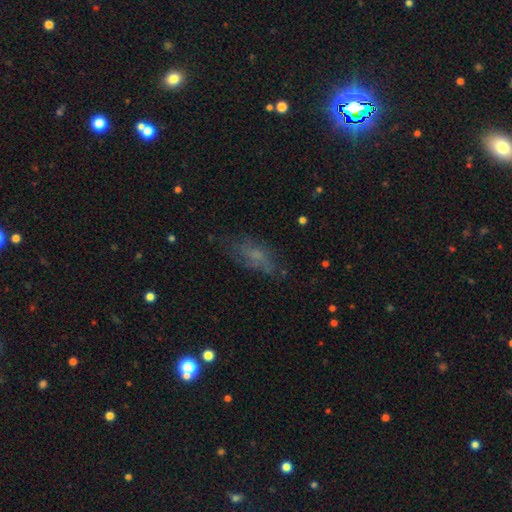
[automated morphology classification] smooth-or-featured: smooth: 50% | featured or disk: 34% | star or artifact: 16%
  how-rounded: in between: 76% | cigar-shaped: 19% | round: 5%
  merging: none: 58% | minor disturbance: 24% | major disturbance: 16% | merger: 2%